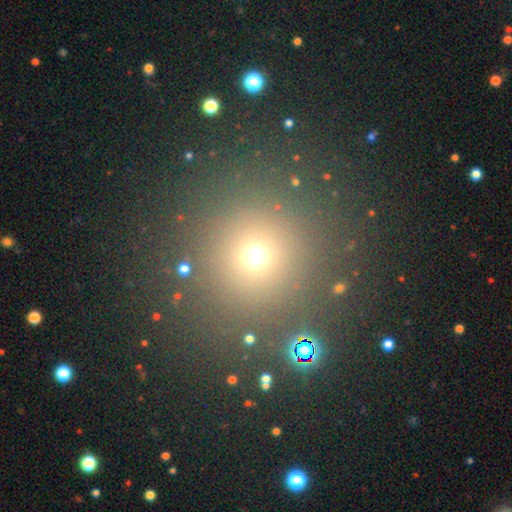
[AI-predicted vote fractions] Overall: smooth (61%; star or artifact 32%). How rounded: round (95%). Merging: none (88%).